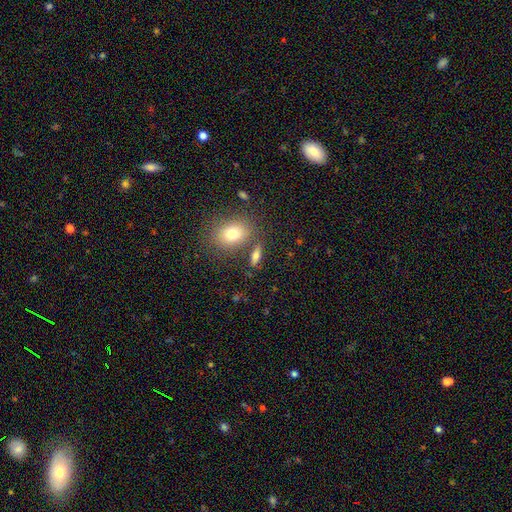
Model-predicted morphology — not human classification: This appears to be a smooth galaxy with no disk features (70%) that is in between round and cigar-shaped (56%). Merging: none (75%).